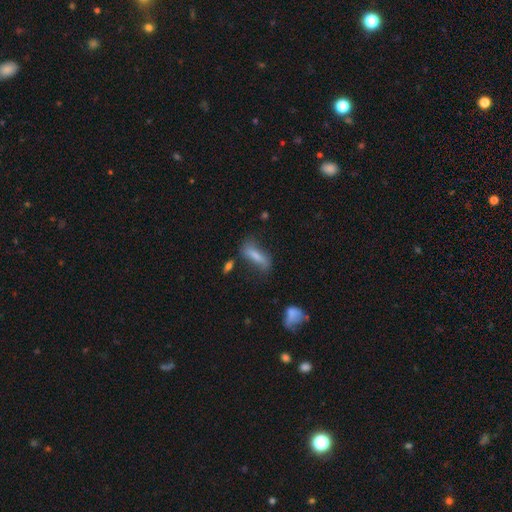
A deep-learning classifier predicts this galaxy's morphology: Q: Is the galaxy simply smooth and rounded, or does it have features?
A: smooth — 68%.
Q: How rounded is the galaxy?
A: cigar-shaped — 54%.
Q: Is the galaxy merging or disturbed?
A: none — 54%.